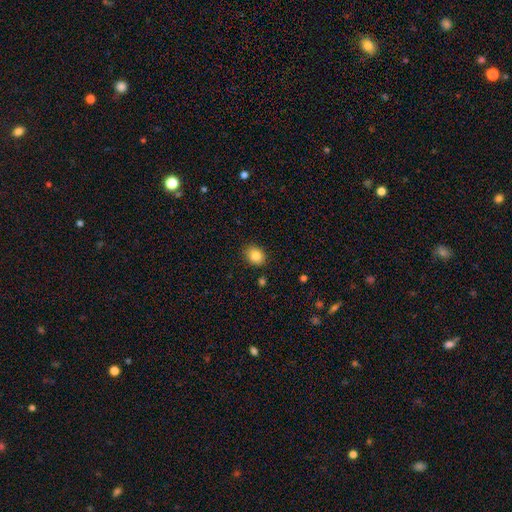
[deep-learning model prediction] Smooth or featured? Predicted: smooth (p=0.84). How rounded? Predicted: round (p=0.53). Merging? Predicted: none (p=0.87).